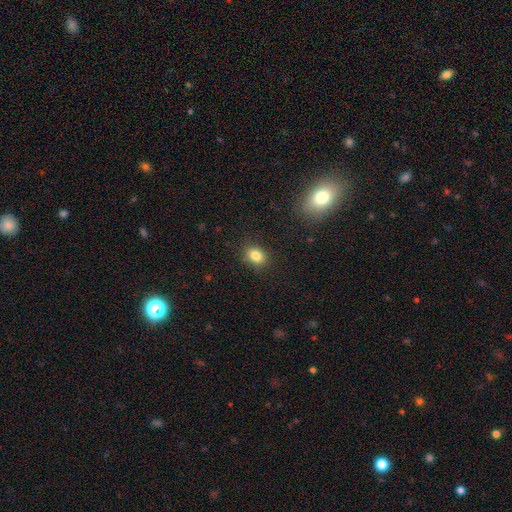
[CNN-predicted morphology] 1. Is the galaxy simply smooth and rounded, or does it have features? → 83% smooth, 11% star or artifact, 6% featured or disk.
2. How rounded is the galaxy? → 59% in between, 40% round, 1% cigar-shaped.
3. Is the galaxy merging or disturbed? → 85% none, 11% minor disturbance, 3% major disturbance, 1% merger.